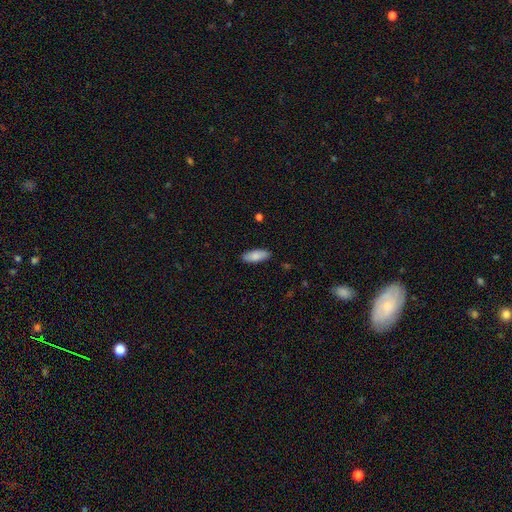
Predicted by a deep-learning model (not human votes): Smooth or featured? smooth (85%)
How rounded? in between (77%)
Merging? none (88%)